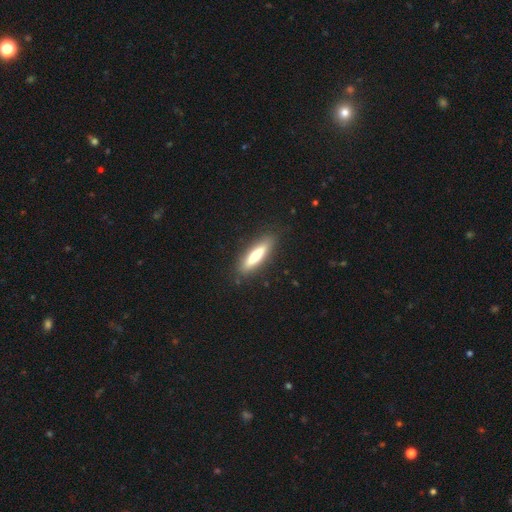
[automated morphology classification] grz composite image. It shows a smooth galaxy with no disk features (59%) that is cigar-shaped (73%). Merging: none (88%).